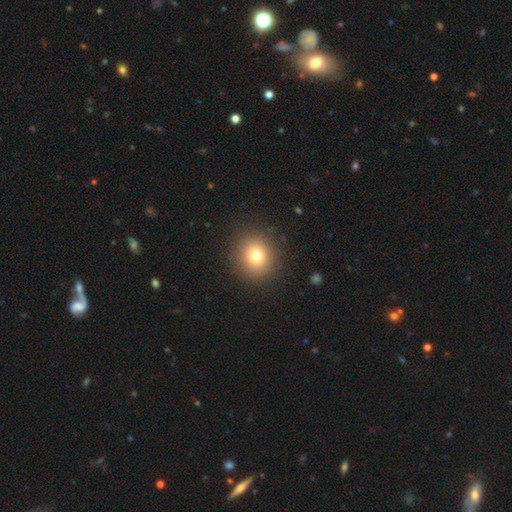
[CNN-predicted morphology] type=smooth (76%); roundness=round (88%); merging=none (90%).